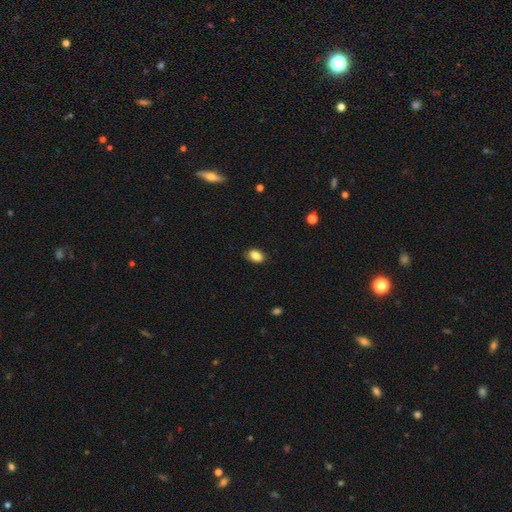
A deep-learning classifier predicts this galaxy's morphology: Smooth or featured? Predicted: smooth (p=0.86). How rounded? Predicted: in between (p=0.84). Merging? Predicted: none (p=0.84).